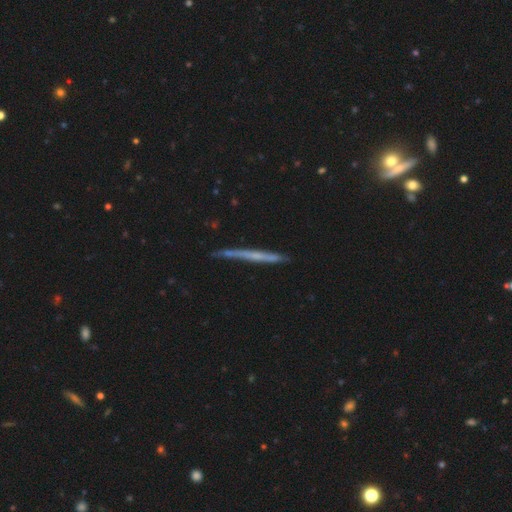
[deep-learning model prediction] Overall: featured or disk (52%; smooth 41%). Edge-on disk: yes (95%). Merging: none (79%).